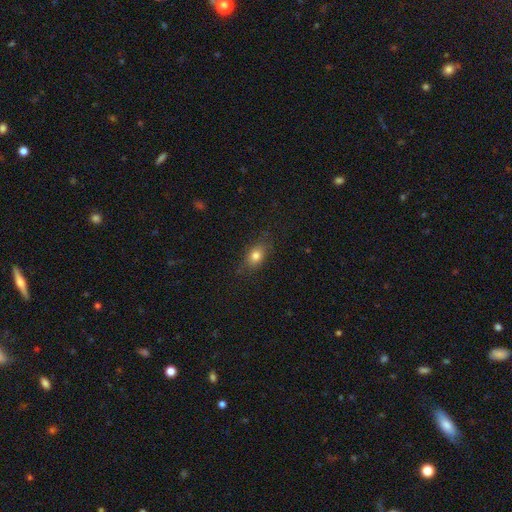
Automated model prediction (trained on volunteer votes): The model was most divided on "how rounded": in between: 74%, round: 22%, cigar-shaped: 4%. More confident: smooth or featured — smooth (80%); merging — none (79%).